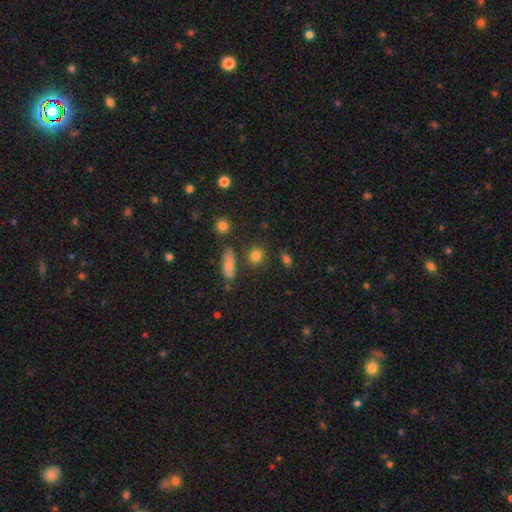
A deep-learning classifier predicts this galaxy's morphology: Smooth or featured? Predicted: smooth (p=0.81). How rounded? Predicted: round (p=0.66). Merging? Predicted: none (p=0.79).